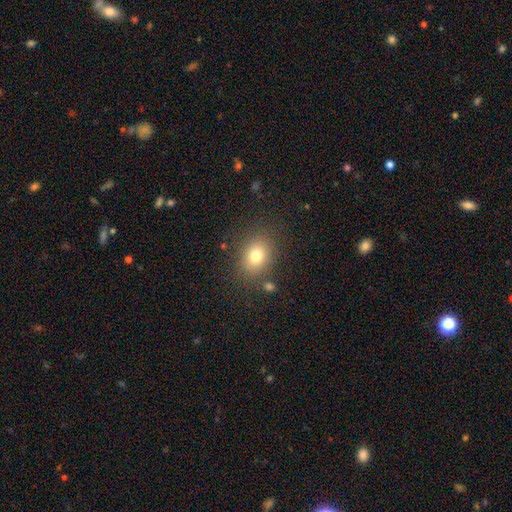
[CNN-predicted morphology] smooth-or-featured: smooth: 77% | star or artifact: 12% | featured or disk: 11%
  how-rounded: in between: 54% | round: 45% | cigar-shaped: 1%
  merging: none: 81% | minor disturbance: 11% | major disturbance: 4% | merger: 3%